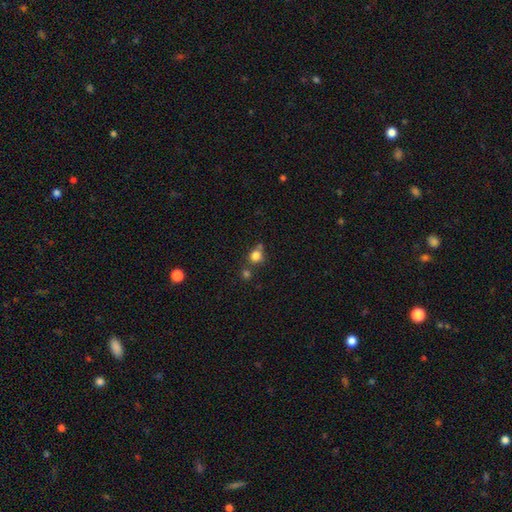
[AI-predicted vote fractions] Overall: smooth (80%). How rounded: round (81%). Merging: none (58%; merger 21%).